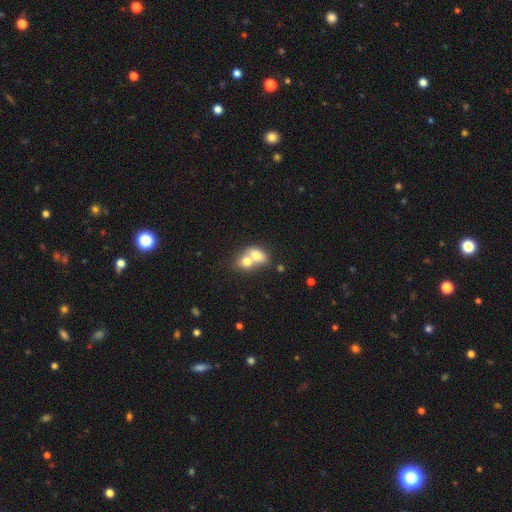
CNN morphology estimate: smooth 73%, featured or disk 19%, star or artifact 8%. Down the decision tree: how rounded — in between (71%); merging — merger (73%).